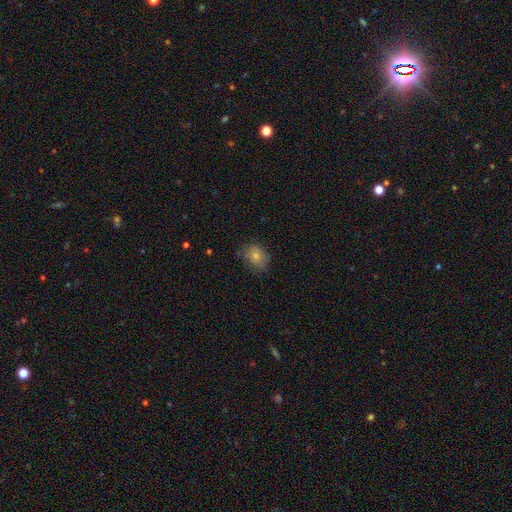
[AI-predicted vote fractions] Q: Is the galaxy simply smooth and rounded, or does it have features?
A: smooth — 68%.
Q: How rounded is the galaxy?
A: round — 50%.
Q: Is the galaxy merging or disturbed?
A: none — 76%.